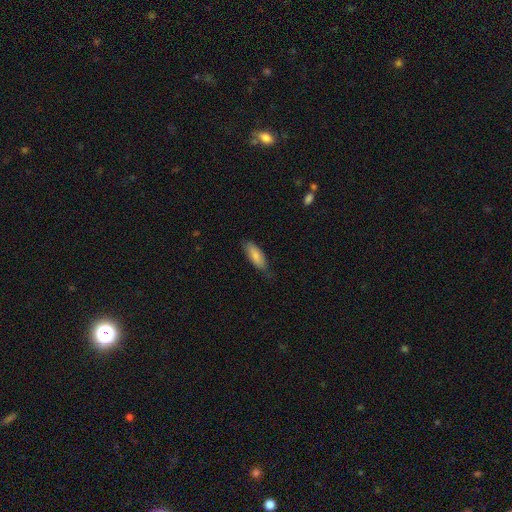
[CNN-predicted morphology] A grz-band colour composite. It shows a smooth galaxy with no disk features (83%) that is in between round and cigar-shaped (73%). Merging: none (71%).